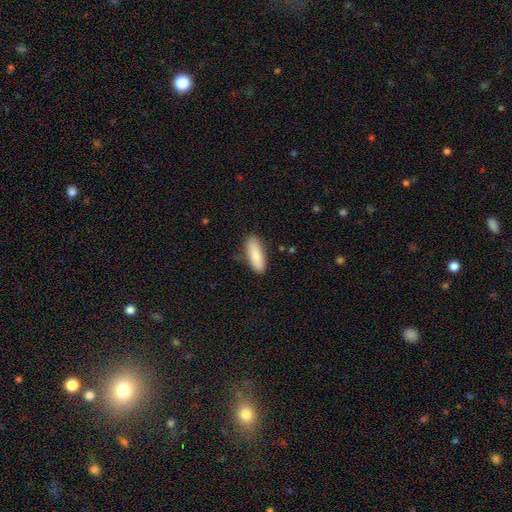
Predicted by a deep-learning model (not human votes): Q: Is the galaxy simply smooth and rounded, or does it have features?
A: smooth — 81%.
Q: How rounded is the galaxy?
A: in between — 67%.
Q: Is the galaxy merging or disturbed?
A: none — 81%.